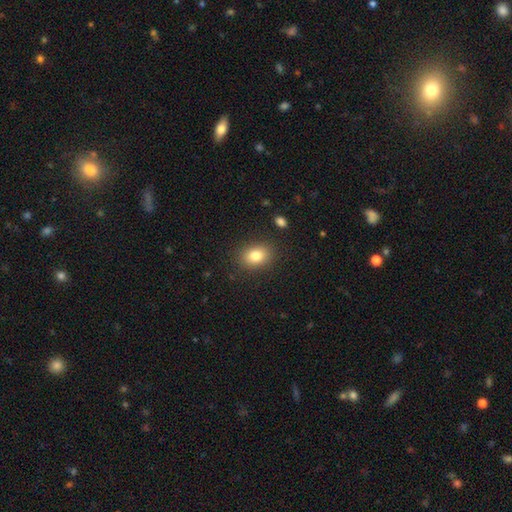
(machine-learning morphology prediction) Smooth or featured? smooth (82%)
How rounded? in between (67%)
Merging? none (86%)